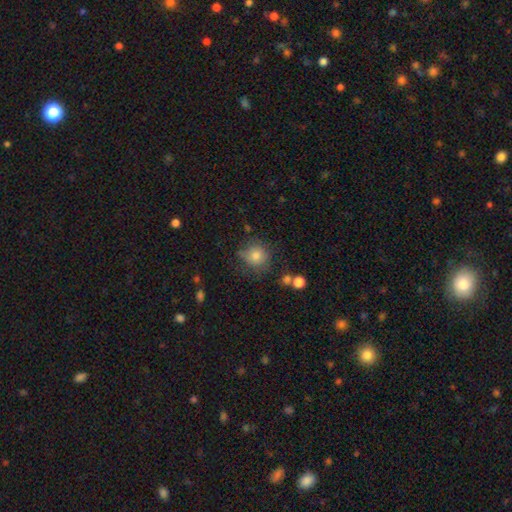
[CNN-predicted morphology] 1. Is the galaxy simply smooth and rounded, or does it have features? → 79% smooth, 12% star or artifact, 9% featured or disk.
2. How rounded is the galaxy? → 88% round, 11% in between, 1% cigar-shaped.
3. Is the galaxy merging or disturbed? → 72% none, 18% minor disturbance, 6% major disturbance, 4% merger.